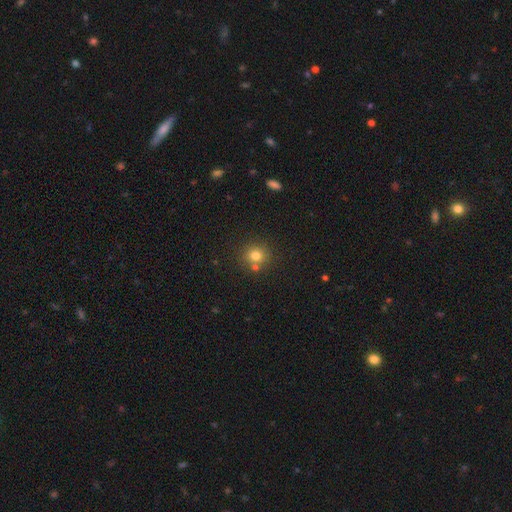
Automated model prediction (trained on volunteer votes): Smooth or featured? smooth (77%)
How rounded? round (86%)
Merging? none (72%)